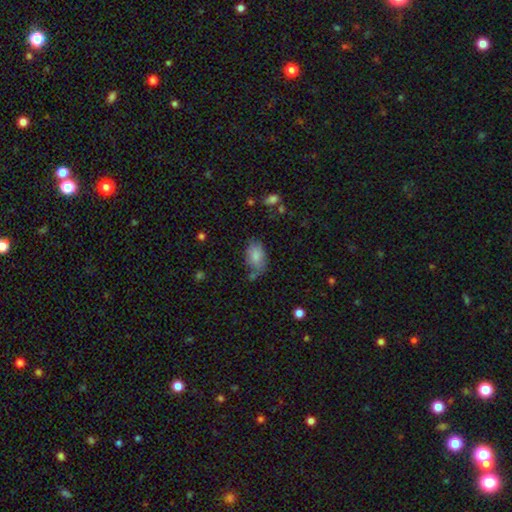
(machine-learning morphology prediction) Smooth or featured? smooth (81%)
How rounded? in between (91%)
Merging? none (60%)